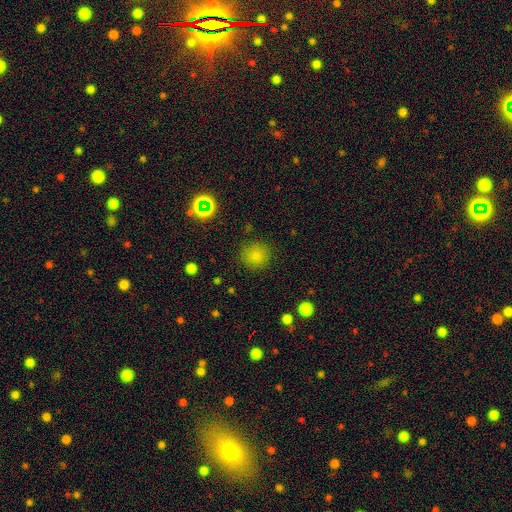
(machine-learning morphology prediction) smooth 80%, star or artifact 15%, featured or disk 5%. Down the decision tree: how rounded — round (92%); merging — none (86%).